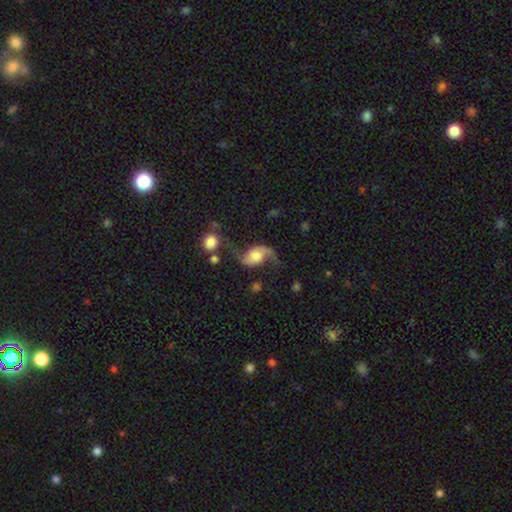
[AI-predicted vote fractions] Morphology: type=featured or disk (85%); edge-on=no (97%); bar=no (58%); spiral arms=yes (96%); winding=loose (79%); arm count=2 (93%); bulge=moderate (46%); merging=none (62%).